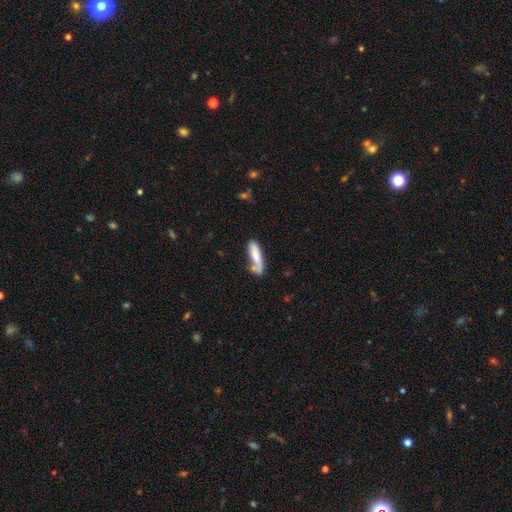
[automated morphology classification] smooth 71%, featured or disk 23%, star or artifact 6%. Down the decision tree: how rounded — cigar-shaped (62%); merging — none (47%).